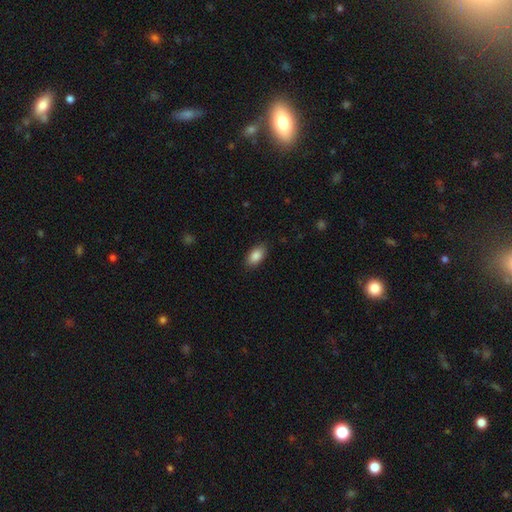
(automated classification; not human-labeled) A smooth galaxy with no disk features (88%) that is in between round and cigar-shaped (92%).

Vote fractions:
- Smooth or featured? smooth: 88% / star or artifact: 7% / featured or disk: 5%
- How rounded? in between: 92% / round: 5% / cigar-shaped: 3%
- Merging? none: 84% / minor disturbance: 12% / major disturbance: 3% / merger: 1%